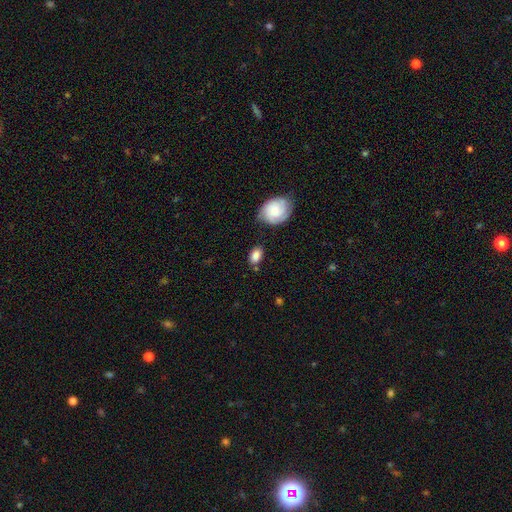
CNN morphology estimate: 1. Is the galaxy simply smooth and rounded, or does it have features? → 81% smooth, 12% featured or disk, 7% star or artifact.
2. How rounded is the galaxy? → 84% in between, 14% round, 2% cigar-shaped.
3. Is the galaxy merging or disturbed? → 72% none, 18% minor disturbance, 5% merger, 4% major disturbance.